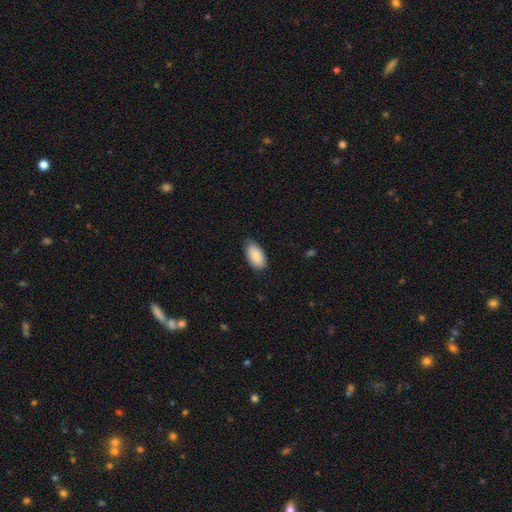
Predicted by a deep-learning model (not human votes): Q: Smooth or featured?
A: smooth (88%); runner-up: featured or disk (6%)
Q: How rounded?
A: in between (94%); runner-up: cigar-shaped (3%)
Q: Merging?
A: none (79%); runner-up: minor disturbance (18%)